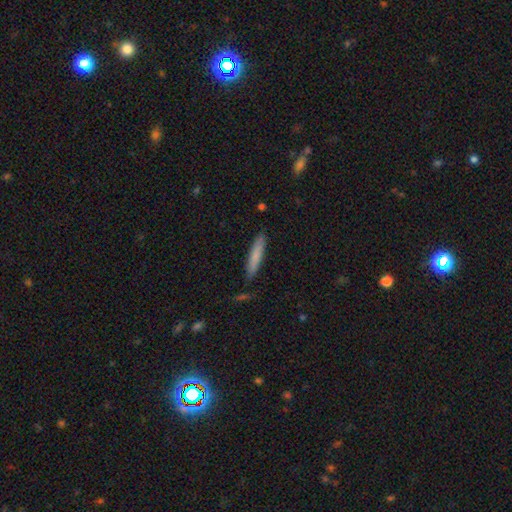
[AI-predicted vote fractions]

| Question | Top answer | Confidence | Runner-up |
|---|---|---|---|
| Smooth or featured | smooth | 79% | featured or disk (15%) |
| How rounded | cigar-shaped | 92% | in between (7%) |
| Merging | none | 86% | minor disturbance (10%) |